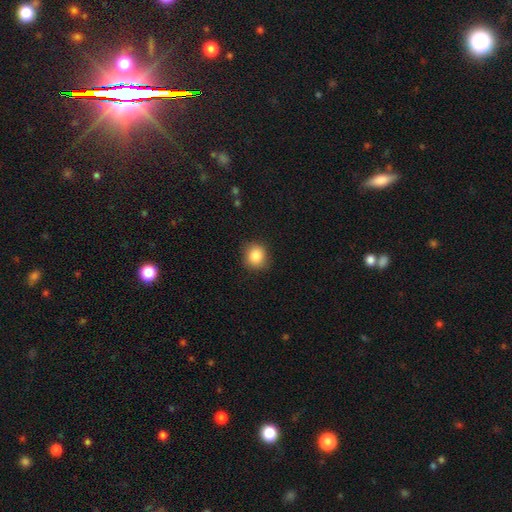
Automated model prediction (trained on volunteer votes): Overall: smooth (86%). How rounded: round (85%). Merging: none (87%).